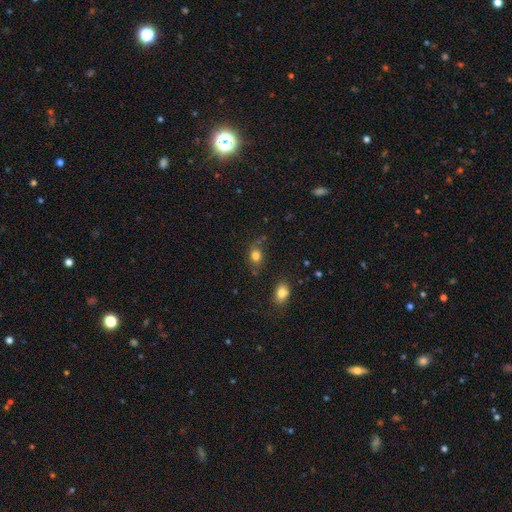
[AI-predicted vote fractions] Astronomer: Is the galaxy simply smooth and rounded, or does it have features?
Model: smooth — 80%.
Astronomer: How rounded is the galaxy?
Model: in between — 62% (runner-up: round, 37%).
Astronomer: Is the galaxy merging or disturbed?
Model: none — 70%.